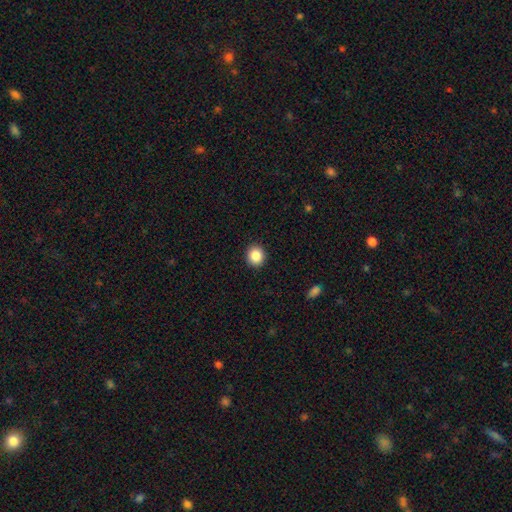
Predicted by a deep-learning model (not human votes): A smooth galaxy with no disk features (87%) that is round (83%). Merging: none (92%).